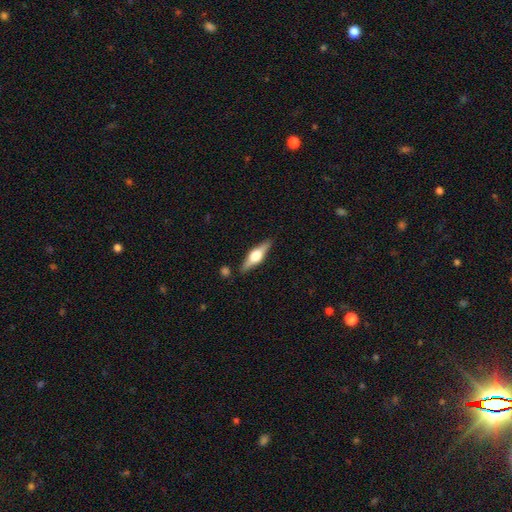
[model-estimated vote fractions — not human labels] Smooth or featured? Predicted: featured or disk (p=0.71). Edge-on disk? Predicted: yes (p=0.97). Edge-on bulge? Predicted: rounded (p=0.94). Merging? Predicted: none (p=0.86).